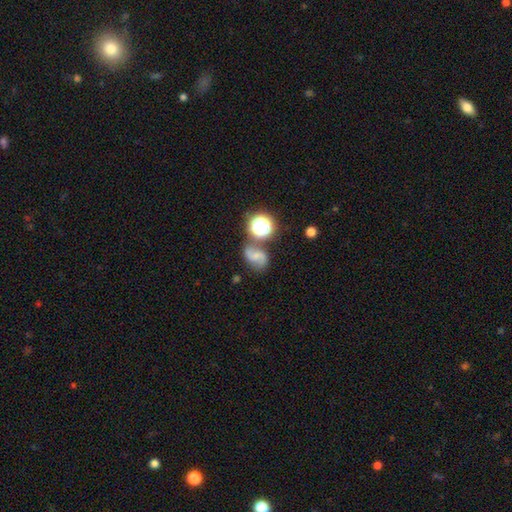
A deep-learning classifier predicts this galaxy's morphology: Smooth or featured? Predicted: featured or disk (p=0.54). Edge-on disk? Predicted: no (p=0.97). Bar? Predicted: no (p=0.46). Spiral arms? Predicted: yes (p=0.90). Bulge size? Predicted: small (p=0.48). Merging? Predicted: none (p=0.60).